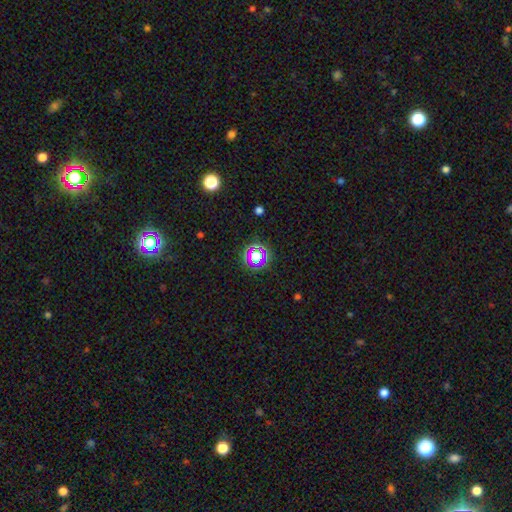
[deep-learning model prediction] This appears to be a star or artifact, not a galaxy (62%).